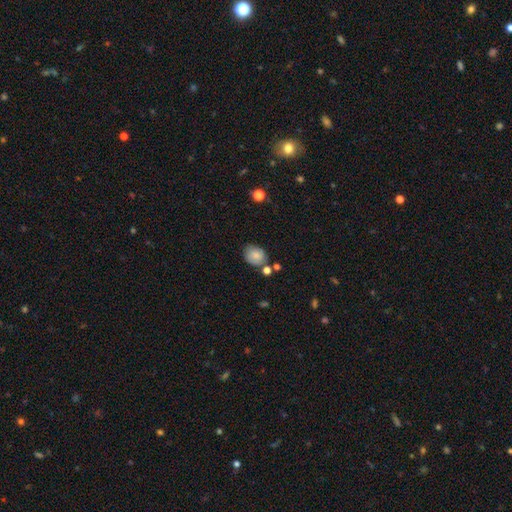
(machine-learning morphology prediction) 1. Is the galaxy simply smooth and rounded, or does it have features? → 80% smooth, 11% featured or disk, 9% star or artifact.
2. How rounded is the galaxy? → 52% round, 47% in between, 1% cigar-shaped.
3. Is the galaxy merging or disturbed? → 67% none, 18% minor disturbance, 10% merger, 5% major disturbance.